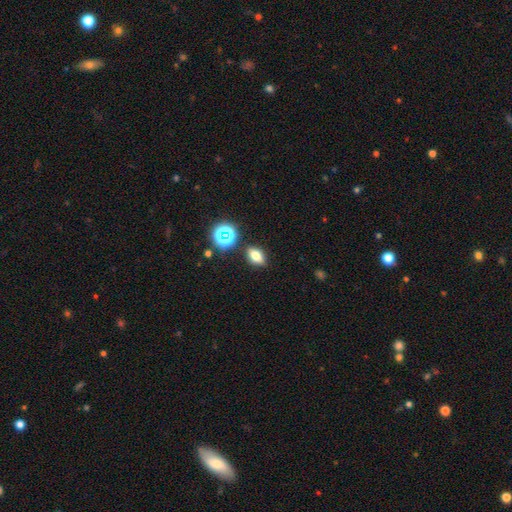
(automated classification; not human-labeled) Smooth or featured: smooth — 67% (star or artifact — 17%)
How rounded: in between — 75% (round — 19%)
Merging: none — 84% (minor disturbance — 10%)